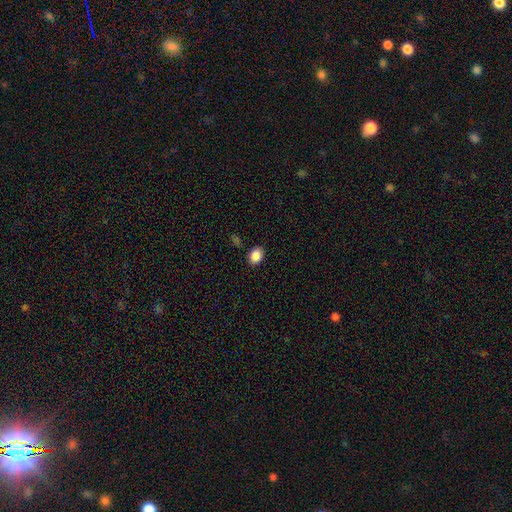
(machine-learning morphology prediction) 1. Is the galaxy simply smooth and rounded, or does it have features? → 87% smooth, 9% star or artifact, 4% featured or disk.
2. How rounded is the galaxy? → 71% in between, 28% round, 1% cigar-shaped.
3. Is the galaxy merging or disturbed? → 87% none, 9% minor disturbance, 2% major disturbance, 2% merger.